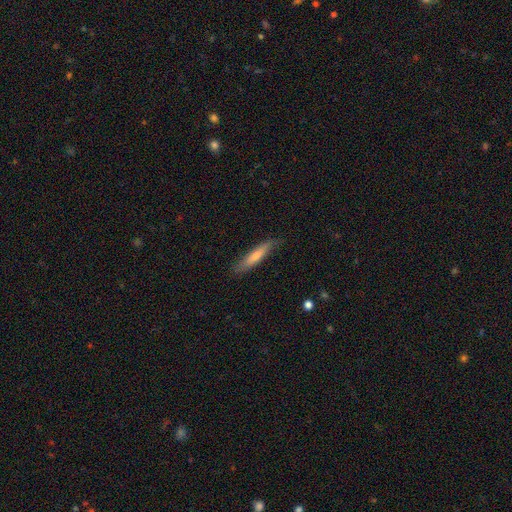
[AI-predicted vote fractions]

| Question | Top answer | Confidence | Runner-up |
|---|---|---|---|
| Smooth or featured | smooth | 61% | featured or disk (33%) |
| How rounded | cigar-shaped | 91% | in between (8%) |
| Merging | none | 82% | minor disturbance (14%) |